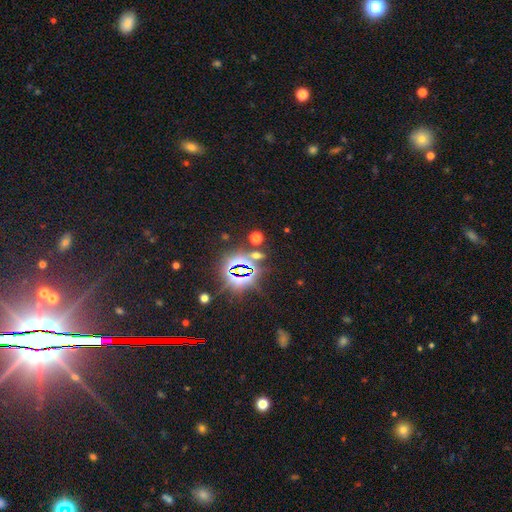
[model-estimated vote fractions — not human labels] Overall: star or artifact (67%).